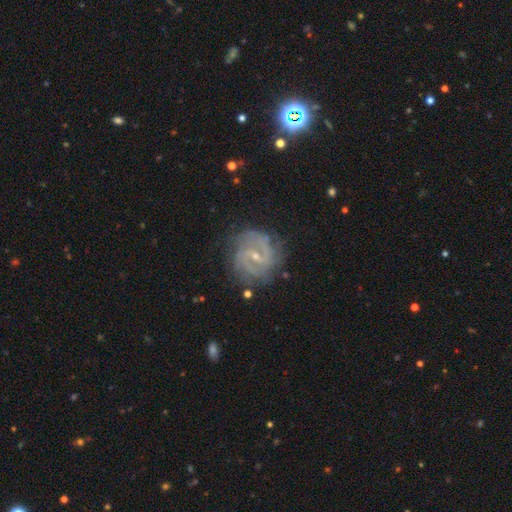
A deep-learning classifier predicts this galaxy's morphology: featured or disk 88%, star or artifact 6%, smooth 6%. Down the decision tree: edge-on disk — no (97%); bar — weak (53%); spiral arms — yes (97%); spiral arm count — 2 (51%); spiral winding — tight (44%, tied with medium); bulge size — small (73%); merging — none (77%).